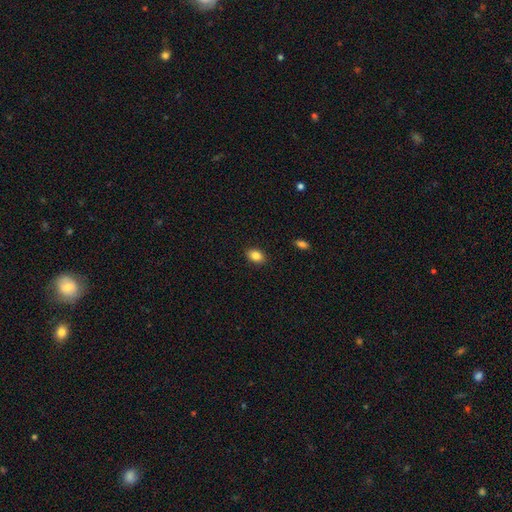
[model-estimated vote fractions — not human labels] Smooth or featured?
  - smooth: 85% *
  - star or artifact: 9%
  - featured or disk: 6%
How rounded?
  - in between: 81% *
  - round: 17%
  - cigar-shaped: 1%
Merging?
  - none: 89% *
  - minor disturbance: 8%
  - major disturbance: 2%
  - merger: 1%